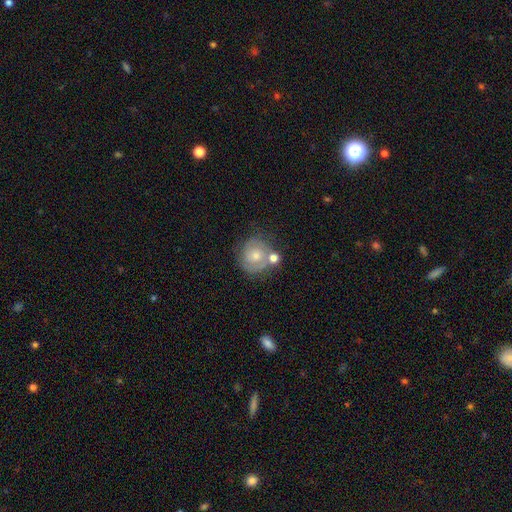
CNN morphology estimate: This appears to be a featured or disk galaxy (62%) with no bar (75%), spiral arms (80%) and a moderate central bulge (55%). Merging: none (62%).